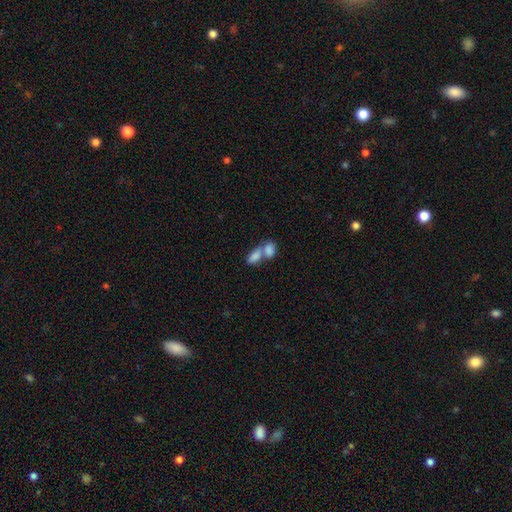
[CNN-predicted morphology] This appears to be a smooth galaxy with no disk features (81%) that is in between round and cigar-shaped (89%). Merging: merger (70%).